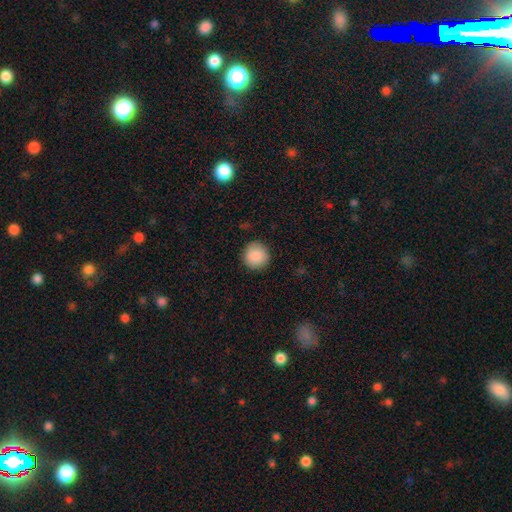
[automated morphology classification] A smooth galaxy with no disk features (88%) that is round (95%). Merging: none (90%).